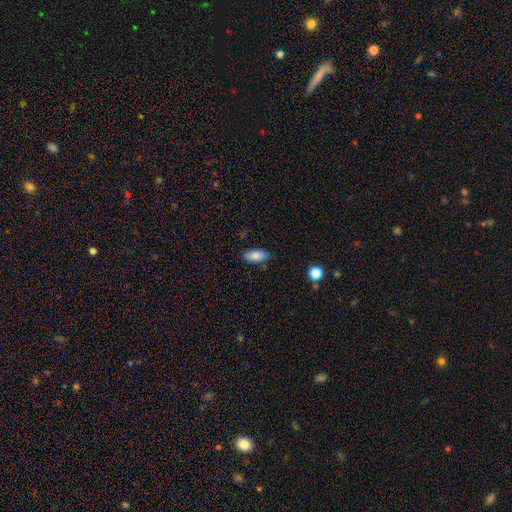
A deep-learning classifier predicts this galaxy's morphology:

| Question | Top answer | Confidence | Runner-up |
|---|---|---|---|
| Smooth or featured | smooth | 84% | featured or disk (9%) |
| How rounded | in between | 86% | cigar-shaped (12%) |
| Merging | none | 82% | minor disturbance (13%) |